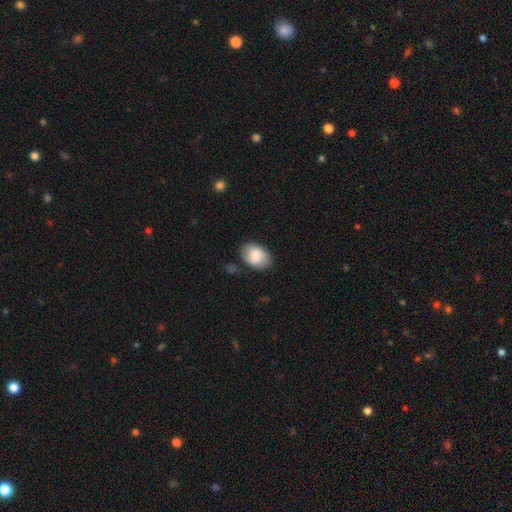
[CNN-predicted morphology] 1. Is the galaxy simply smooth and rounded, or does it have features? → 81% smooth, 12% featured or disk, 7% star or artifact.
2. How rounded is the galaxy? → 83% in between, 16% round, 1% cigar-shaped.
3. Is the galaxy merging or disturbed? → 81% none, 14% minor disturbance, 3% major disturbance, 2% merger.